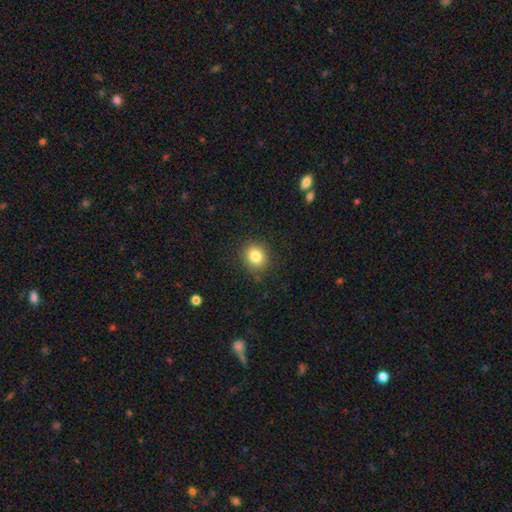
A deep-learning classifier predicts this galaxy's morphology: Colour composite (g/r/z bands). It shows a smooth galaxy with no disk features (83%) that is round (82%). Merging: none (88%).